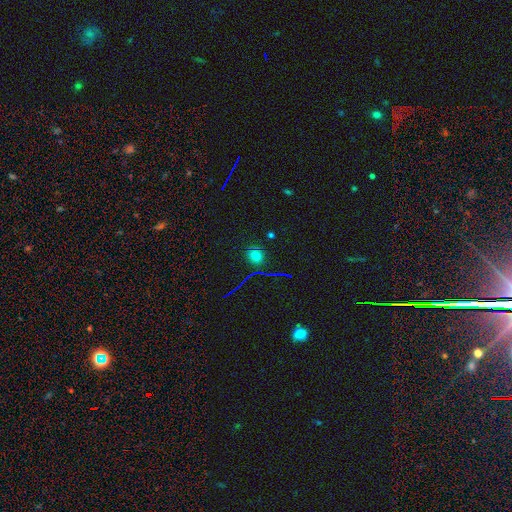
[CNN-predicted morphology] The model was most divided on "smooth or featured": smooth: 67%, star or artifact: 25%, featured or disk: 8%. More confident: merging — none (83%); how rounded — round (80%).